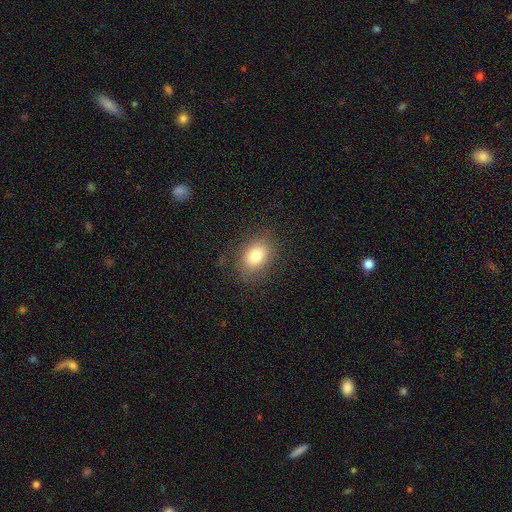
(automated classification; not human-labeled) Smooth or featured: smooth — 80% (featured or disk — 10%)
How rounded: in between — 73% (round — 25%)
Merging: none — 80% (minor disturbance — 14%)